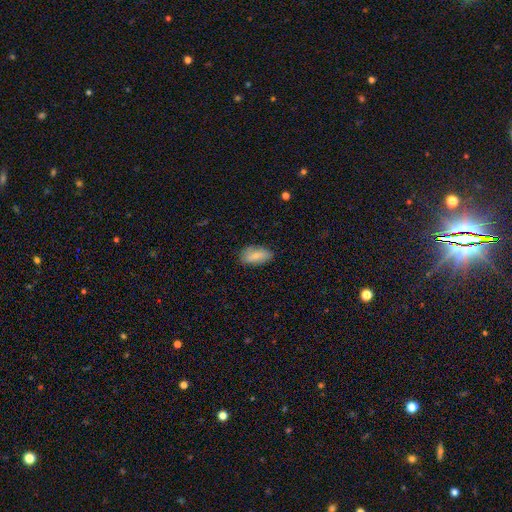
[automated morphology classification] smooth-or-featured: smooth: 82% | featured or disk: 12% | star or artifact: 6%
  how-rounded: in between: 91% | cigar-shaped: 6% | round: 3%
  merging: none: 79% | minor disturbance: 16% | major disturbance: 3% | merger: 1%